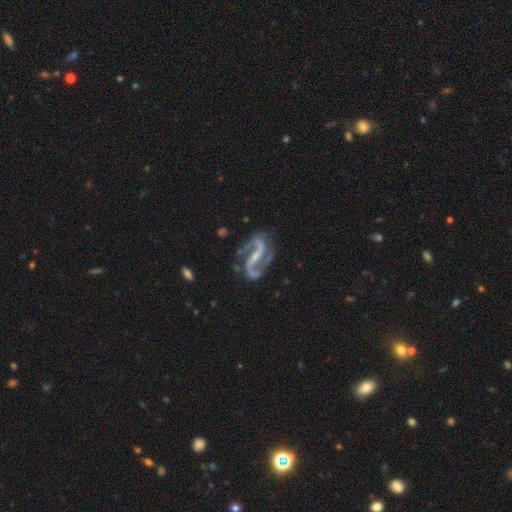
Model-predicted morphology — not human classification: smooth-or-featured: featured or disk: 93% | star or artifact: 4% | smooth: 3%
  disk-edge-on: no: 97% | yes: 3%
    bar: strong: 56% | weak: 29% | no: 15%
    has-spiral-arms: yes: 98% | no: 2%
      spiral-winding: medium: 54% | loose: 33% | tight: 13%
      spiral-arm-count: 2: 94% | can't tell: 1% | 3: 1% | 1: 1% | 4: 1% | more than 4: 1%
    bulge-size: small: 63% | moderate: 23% | none: 11% | large: 2% | dominant: 1%
  merging: none: 74% | minor disturbance: 16% | major disturbance: 7% | merger: 3%